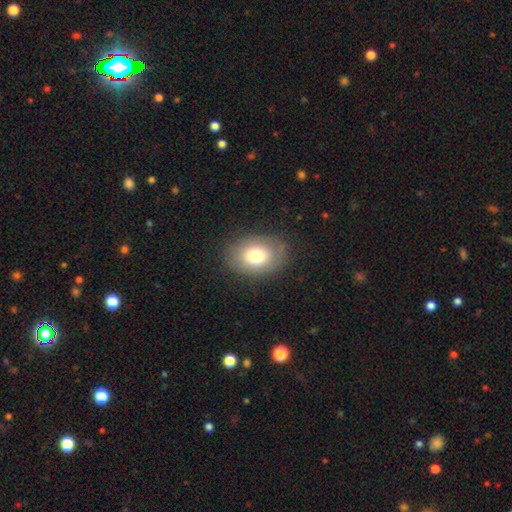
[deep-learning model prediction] A smooth galaxy with no disk features (76%) that is in between round and cigar-shaped (74%).

Vote fractions:
- Smooth or featured? smooth: 76% / featured or disk: 15% / star or artifact: 9%
- How rounded? in between: 74% / round: 25% / cigar-shaped: 1%
- Merging? none: 81% / minor disturbance: 13% / major disturbance: 5% / merger: 1%